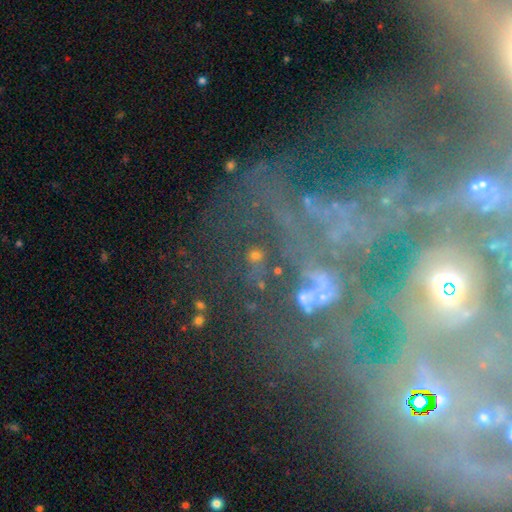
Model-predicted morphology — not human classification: Smooth or featured?
  - featured or disk: 60% *
  - star or artifact: 27%
  - smooth: 14%
Edge-on disk?
  - no: 94% *
  - yes: 6%
Bar?
  - no: 55% *
  - weak: 25%
  - strong: 21%
Spiral arms?
  - yes: 69% *
  - no: 31%
Bulge size?
  - small: 43% *
  - moderate: 29%
  - none: 18%
  - large: 6%
  - dominant: 4%
Merging?
  - none: 44% *
  - major disturbance: 23%
  - merger: 17%
  - minor disturbance: 16%